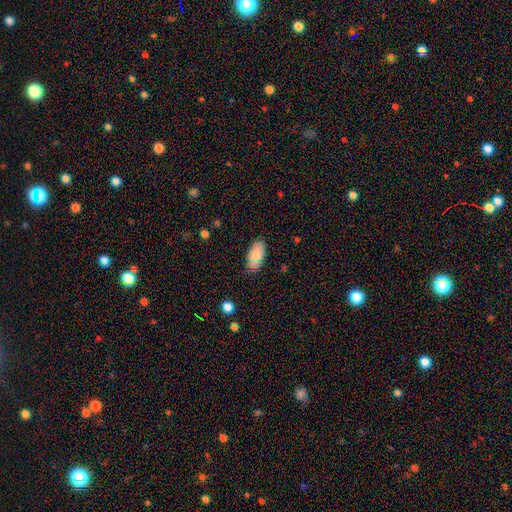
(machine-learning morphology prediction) Smooth or featured: smooth — 81% (featured or disk — 12%)
How rounded: in between — 92% (cigar-shaped — 5%)
Merging: none — 83% (minor disturbance — 13%)